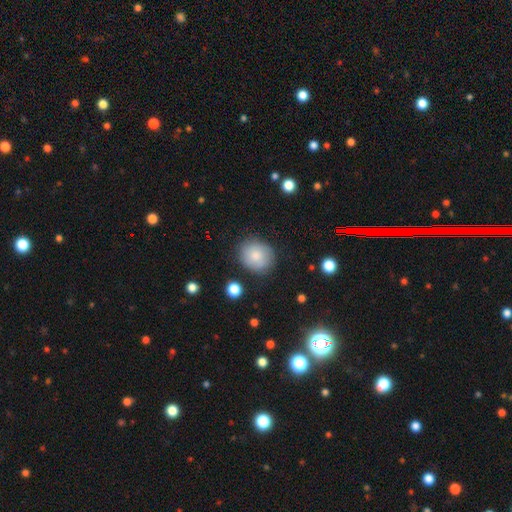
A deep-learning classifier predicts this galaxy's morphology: Overall: smooth (78%). How rounded: round (76%). Merging: none (80%).